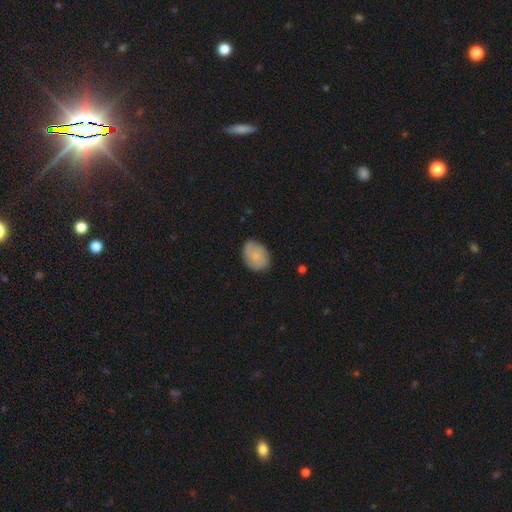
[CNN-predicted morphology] smooth_or_featured: smooth (p=0.47) [alt: featured or disk p=0.46]
merging: none (p=0.76) [alt: minor disturbance p=0.19]